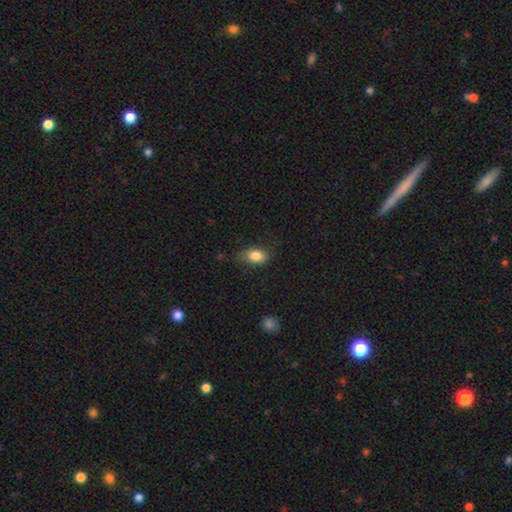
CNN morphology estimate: This is clearly a smooth galaxy (84%). How rounded: clearly in between (83%). Merging: likely none (65%).